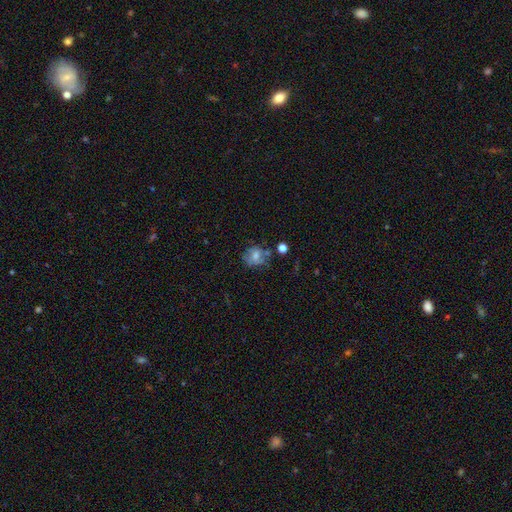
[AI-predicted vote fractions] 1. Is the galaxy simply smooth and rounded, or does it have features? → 48% smooth, 35% featured or disk, 17% star or artifact.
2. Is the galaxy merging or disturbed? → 59% none, 21% minor disturbance, 10% merger, 10% major disturbance.